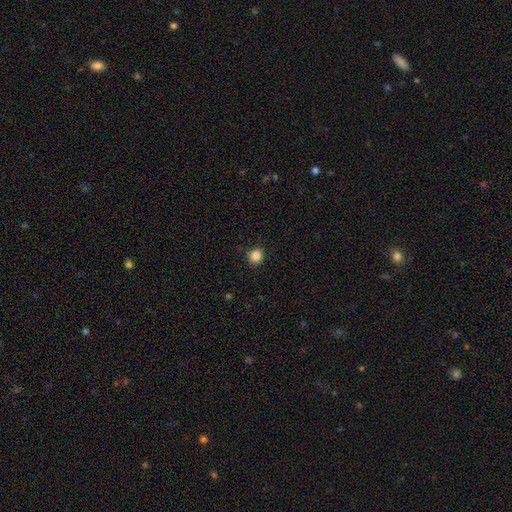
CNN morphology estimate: This appears to be a smooth galaxy with no disk features (85%) that is round (87%). Merging: none (89%).